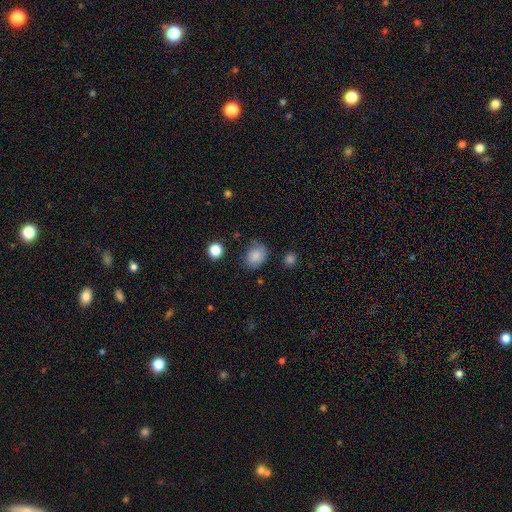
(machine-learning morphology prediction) A smooth galaxy with no disk features (85%) that is in between round and cigar-shaped (58%). Merging: none (71%).